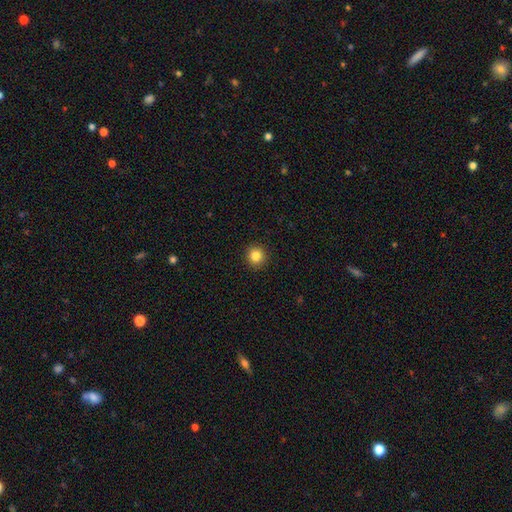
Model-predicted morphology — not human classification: Smooth or featured? smooth (84%)
How rounded? round (94%)
Merging? none (93%)